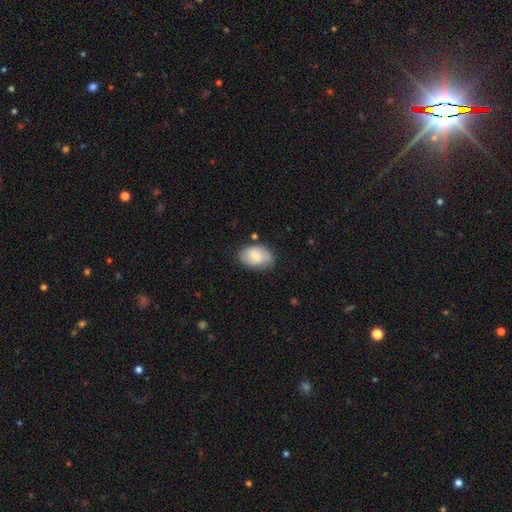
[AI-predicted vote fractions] A smooth galaxy with no disk features (76%) that is in between round and cigar-shaped (87%). Merging: none (68%).